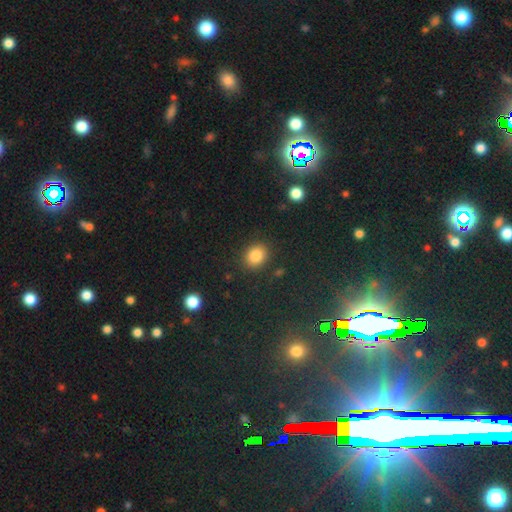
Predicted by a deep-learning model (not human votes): This appears to be a smooth galaxy with no disk features (84%) that is round (63%). Merging: none (87%).